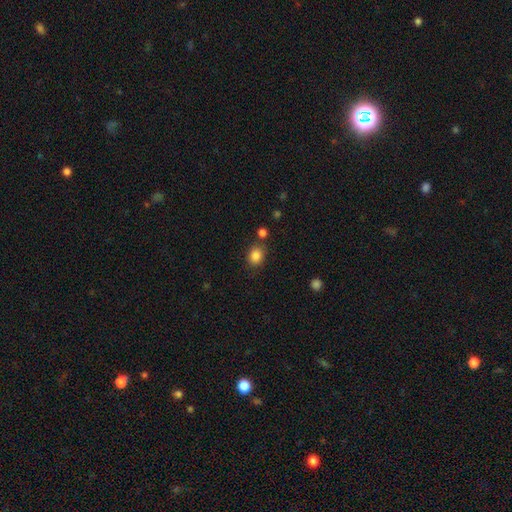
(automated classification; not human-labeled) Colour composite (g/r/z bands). It shows a smooth galaxy with no disk features (85%) that is round (57%). Merging: none (78%).